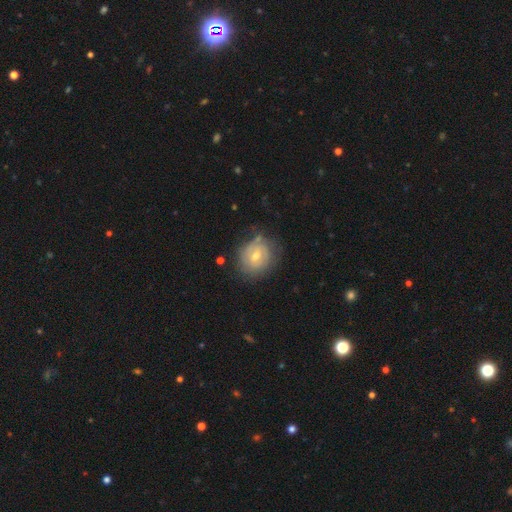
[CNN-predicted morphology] A featured or disk galaxy (62%) with a weak bar (49%), spiral arms (70%) and a moderate central bulge (62%). Merging: none (66%).